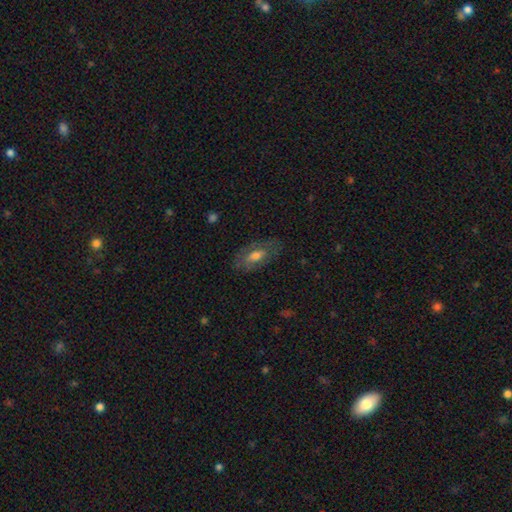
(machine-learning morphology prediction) Smooth or featured? Predicted: smooth (p=0.53). How rounded? Predicted: in between (p=0.87). Merging? Predicted: none (p=0.74).